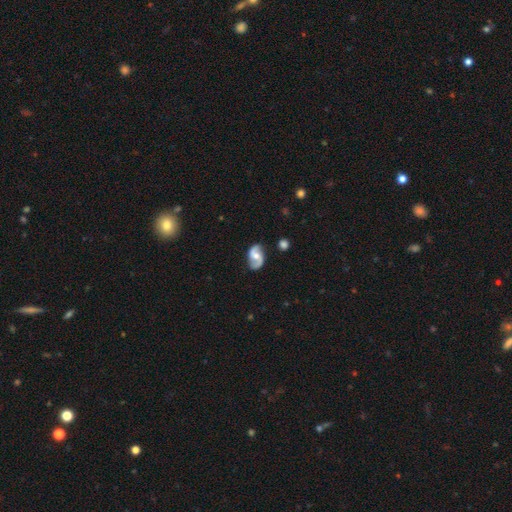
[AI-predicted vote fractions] This is clearly a featured or disk galaxy (86%). It is clearly not viewed edge-on (98%). Bar: possibly no (50%). Spiral arm pattern: clearly yes (96%). Spiral arm count: clearly 2 (94%). Spiral winding: marginally medium (44%). Central bulge: likely moderate (66%). Merging: clearly none (82%).